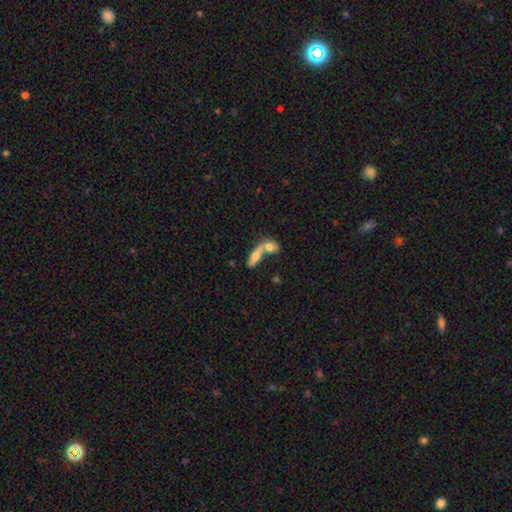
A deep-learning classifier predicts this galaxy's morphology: Q: Smooth or featured?
A: smooth (57%); runner-up: featured or disk (34%)
Q: How rounded?
A: in between (57%); runner-up: cigar-shaped (36%)
Q: Merging?
A: merger (65%); runner-up: none (23%)